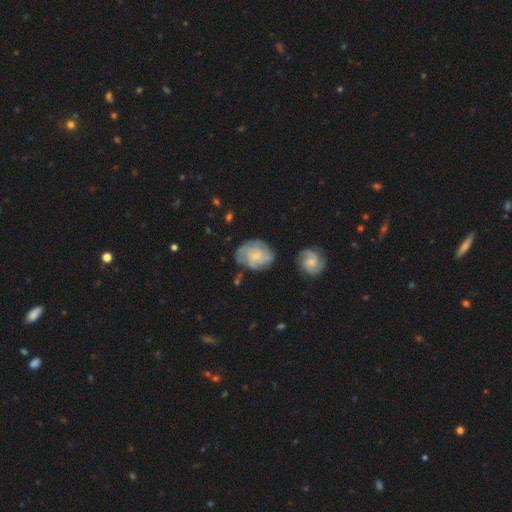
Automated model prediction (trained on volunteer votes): smooth-or-featured: featured or disk: 64% | smooth: 29% | star or artifact: 7%
  disk-edge-on: no: 97% | yes: 3%
    bar: no: 76% | weak: 21% | strong: 3%
    has-spiral-arms: yes: 85% | no: 15%
      spiral-winding: tight: 55% | medium: 33% | loose: 12%
      spiral-arm-count: can't tell: 46% | 3: 19% | 2: 15% | 4: 10% | 1: 5% | more than 4: 5%
    bulge-size: small: 72% | moderate: 19% | none: 7% | large: 2% | dominant: 1%
  merging: none: 61% | minor disturbance: 24% | major disturbance: 10% | merger: 6%